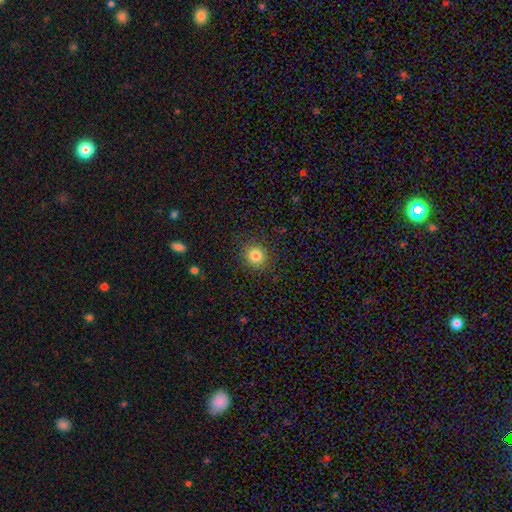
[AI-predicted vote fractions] The model was most divided on "smooth or featured": smooth: 83%, star or artifact: 11%, featured or disk: 6%. More confident: merging — none (88%); how rounded — round (86%).